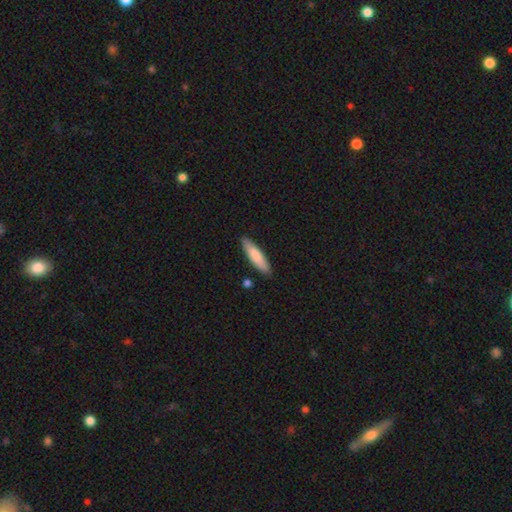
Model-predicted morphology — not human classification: Overall: smooth (81%). How rounded: cigar-shaped (70%). Merging: none (87%).